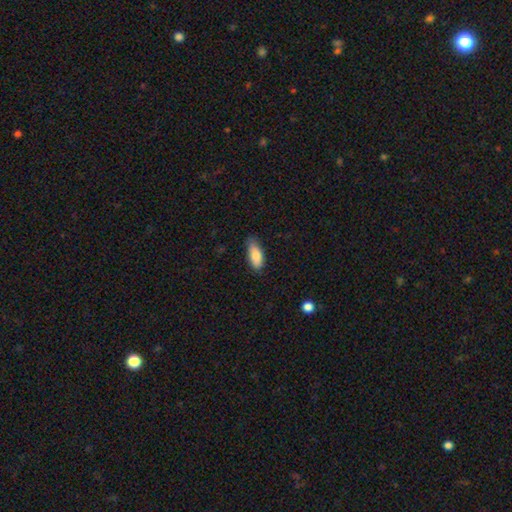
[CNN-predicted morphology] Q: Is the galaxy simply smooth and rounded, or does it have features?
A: smooth — 84%.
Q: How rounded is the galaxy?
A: in between — 79%.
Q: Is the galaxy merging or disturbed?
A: none — 66%.